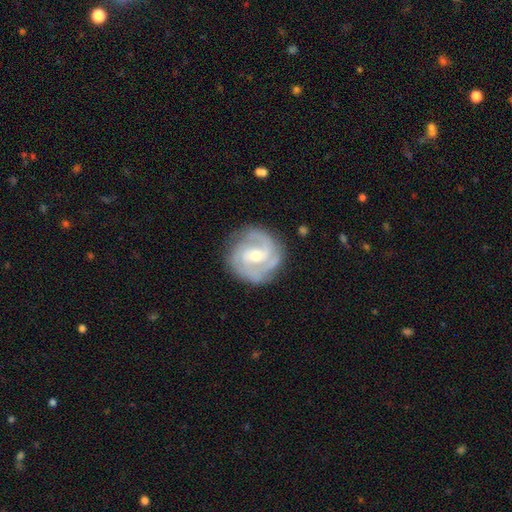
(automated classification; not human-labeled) smooth-or-featured: featured or disk: 87% | smooth: 8% | star or artifact: 5%
  disk-edge-on: no: 98% | yes: 2%
    bar: weak: 44% | no: 41% | strong: 15%
    has-spiral-arms: yes: 96% | no: 4%
      spiral-winding: tight: 54% | medium: 38% | loose: 8%
      spiral-arm-count: 2: 38% | 3: 36% | can't tell: 13% | 4: 5% | 1: 4% | more than 4: 4%
    bulge-size: moderate: 53% | small: 43% | large: 2% | none: 1% | dominant: 1%
  merging: none: 80% | minor disturbance: 14% | major disturbance: 5% | merger: 1%